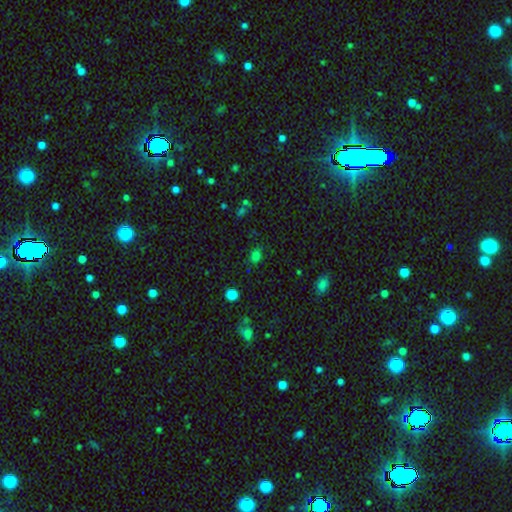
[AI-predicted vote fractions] The model was most divided on "how rounded": round: 53%, in between: 46%, cigar-shaped: 1%. More confident: merging — none (78%); smooth or featured — smooth (74%).